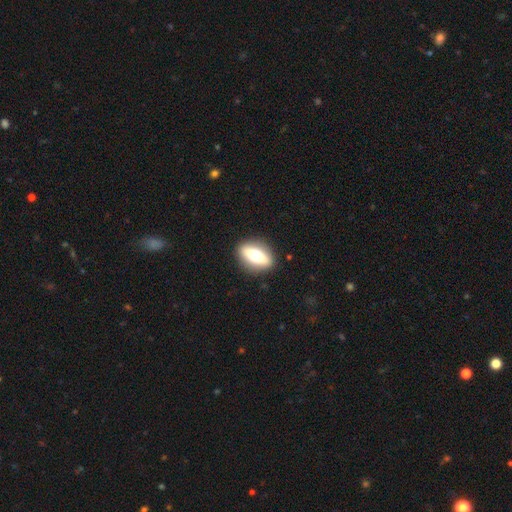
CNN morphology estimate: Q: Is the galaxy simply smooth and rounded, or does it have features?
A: smooth — 53%.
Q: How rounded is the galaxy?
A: in between — 75%.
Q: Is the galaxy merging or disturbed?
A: none — 88%.